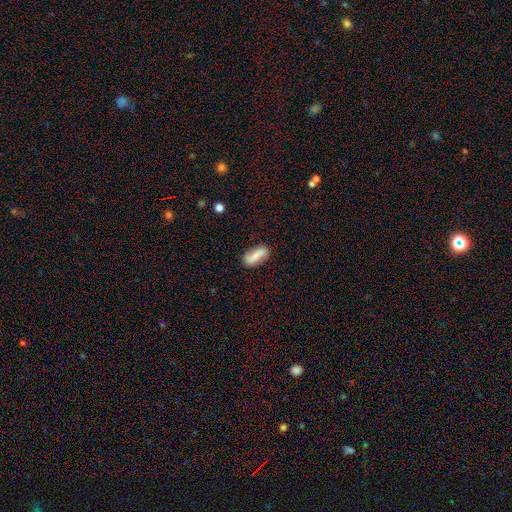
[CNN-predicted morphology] The model was most divided on "smooth or featured": smooth: 60%, featured or disk: 32%, star or artifact: 8%. More confident: merging — none (80%); how rounded — in between (76%).